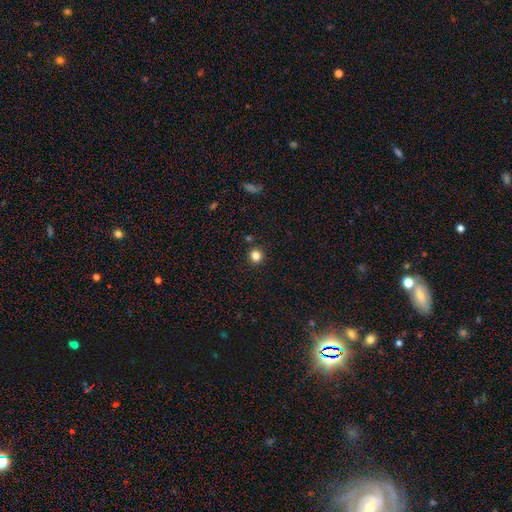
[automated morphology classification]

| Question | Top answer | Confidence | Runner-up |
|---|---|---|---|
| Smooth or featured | smooth | 82% | star or artifact (13%) |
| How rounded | round | 92% | in between (7%) |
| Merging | none | 89% | minor disturbance (6%) |